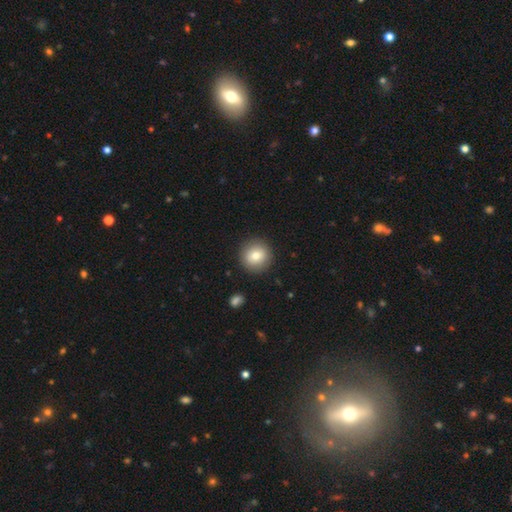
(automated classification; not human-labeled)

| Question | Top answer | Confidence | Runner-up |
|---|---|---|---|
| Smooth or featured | smooth | 79% | featured or disk (12%) |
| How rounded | round | 93% | in between (6%) |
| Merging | none | 90% | minor disturbance (7%) |